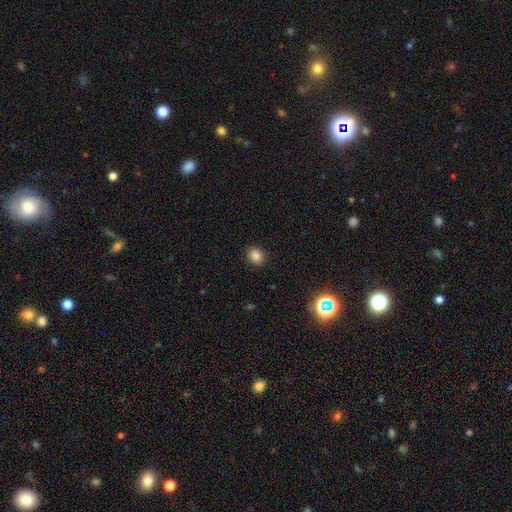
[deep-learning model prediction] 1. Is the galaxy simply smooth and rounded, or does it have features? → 84% smooth, 12% star or artifact, 4% featured or disk.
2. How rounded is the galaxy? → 62% round, 37% in between, 1% cigar-shaped.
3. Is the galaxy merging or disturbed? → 90% none, 7% minor disturbance, 2% major disturbance, 1% merger.